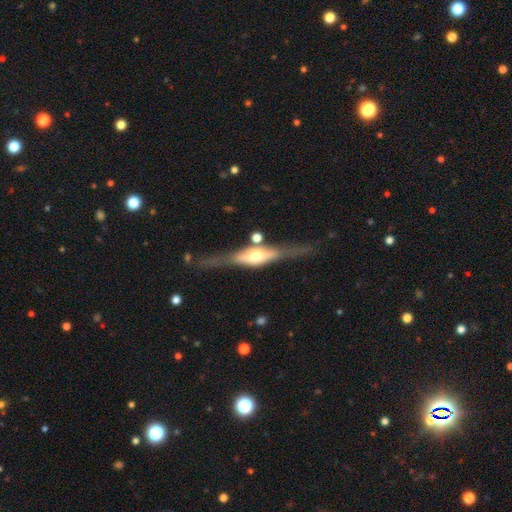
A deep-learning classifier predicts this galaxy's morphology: Smooth or featured?
  - featured or disk: 77% *
  - smooth: 18%
  - star or artifact: 5%
Edge-on disk?
  - yes: 94% *
  - no: 6%
Edge-on bulge?
  - rounded: 85% *
  - boxy: 12%
  - none: 3%
Merging?
  - none: 72% *
  - minor disturbance: 16%
  - merger: 6%
  - major disturbance: 6%